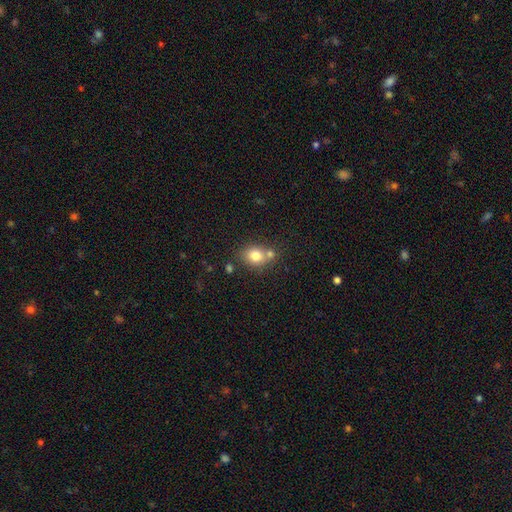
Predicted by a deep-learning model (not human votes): The model was most divided on "how rounded": round: 54%, in between: 45%, cigar-shaped: 1%. More confident: smooth or featured — smooth (78%); merging — none (55%).